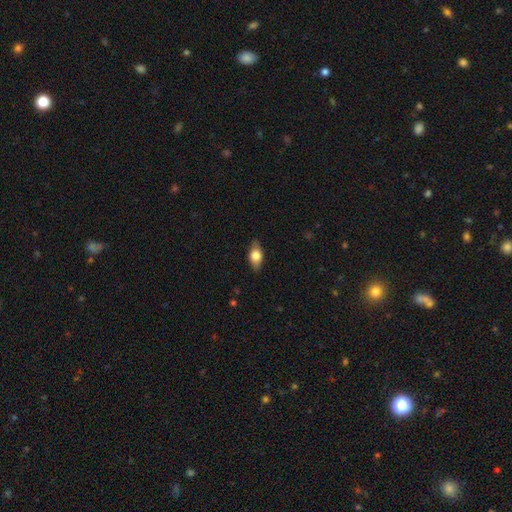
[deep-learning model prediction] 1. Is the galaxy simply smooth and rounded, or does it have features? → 72% smooth, 21% featured or disk, 7% star or artifact.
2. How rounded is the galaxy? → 86% in between, 8% cigar-shaped, 6% round.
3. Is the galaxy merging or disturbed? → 84% none, 12% minor disturbance, 2% major disturbance, 1% merger.